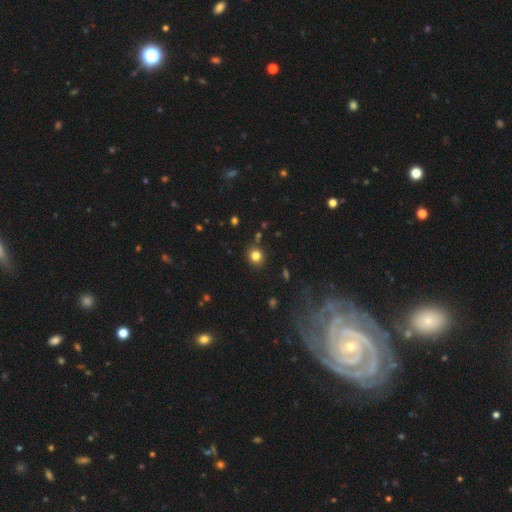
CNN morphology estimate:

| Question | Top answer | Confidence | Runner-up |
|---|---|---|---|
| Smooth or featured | smooth | 82% | star or artifact (13%) |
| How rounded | round | 86% | in between (13%) |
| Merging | none | 87% | minor disturbance (8%) |